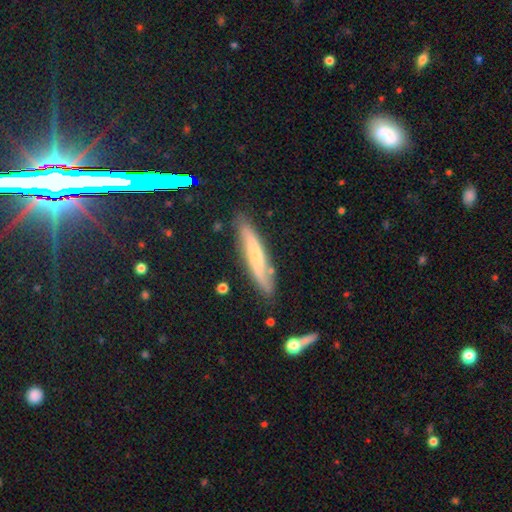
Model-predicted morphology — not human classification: Q: Smooth or featured?
A: smooth (49%); runner-up: featured or disk (44%)
Q: Merging?
A: none (78%); runner-up: minor disturbance (15%)